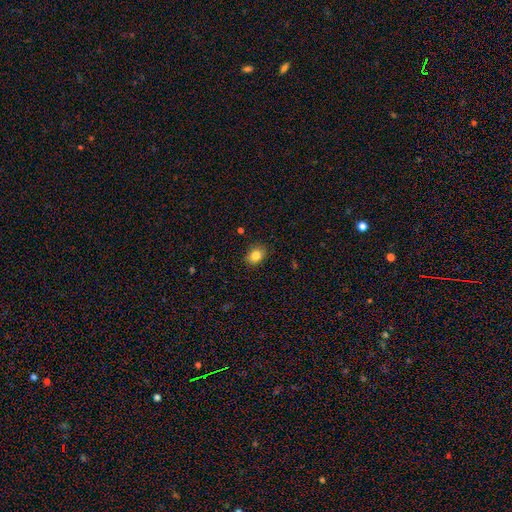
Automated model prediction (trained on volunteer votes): This is clearly a smooth galaxy (85%). How rounded: possibly in between (56%). Merging: clearly none (85%).